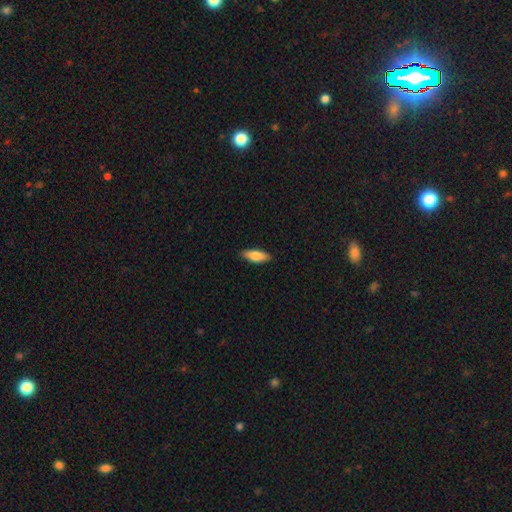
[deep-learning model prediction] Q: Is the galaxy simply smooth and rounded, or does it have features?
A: smooth — 79%.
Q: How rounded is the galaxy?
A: in between — 67%.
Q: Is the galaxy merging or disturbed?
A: none — 87%.